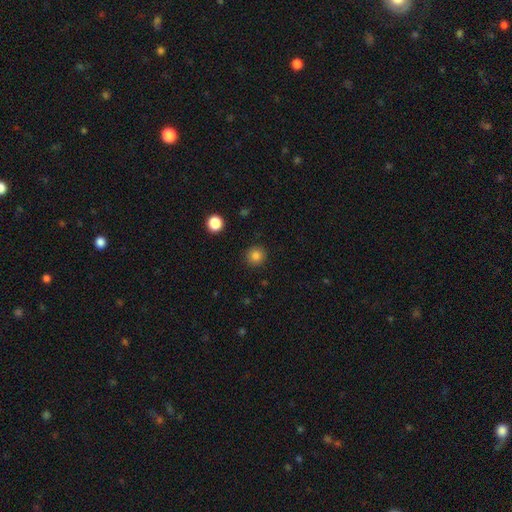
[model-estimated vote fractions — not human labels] Smooth or featured: smooth — 84% (star or artifact — 12%)
How rounded: round — 92% (in between — 7%)
Merging: none — 91% (minor disturbance — 6%)